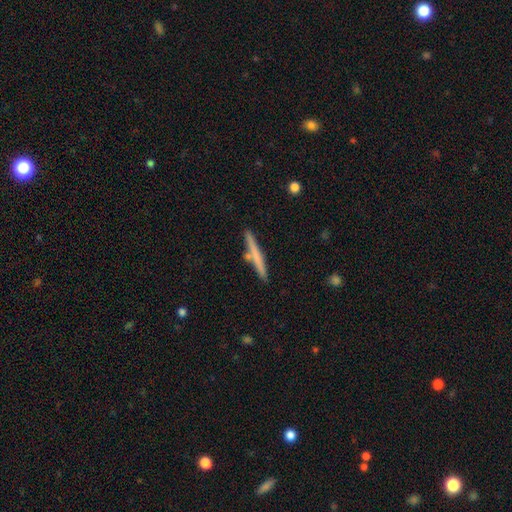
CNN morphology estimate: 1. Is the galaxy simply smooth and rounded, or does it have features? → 57% smooth, 37% featured or disk, 6% star or artifact.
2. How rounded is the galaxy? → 96% cigar-shaped, 3% in between, 1% round.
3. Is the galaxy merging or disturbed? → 81% none, 9% minor disturbance, 7% merger, 2% major disturbance.